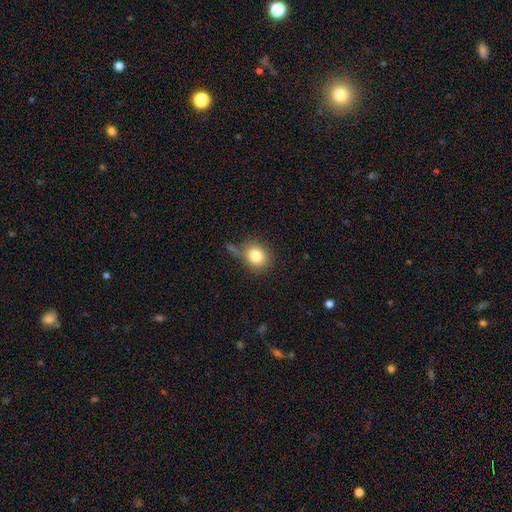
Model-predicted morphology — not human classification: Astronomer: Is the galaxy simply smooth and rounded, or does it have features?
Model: smooth — 81%.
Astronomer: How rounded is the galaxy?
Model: round — 63%.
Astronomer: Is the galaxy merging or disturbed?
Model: none — 59%.